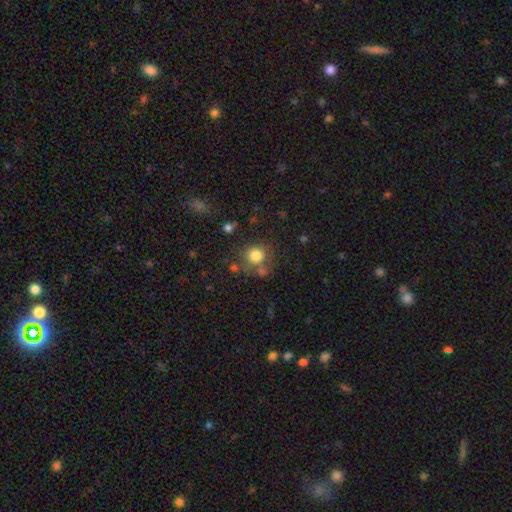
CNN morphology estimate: smooth 79%, star or artifact 12%, featured or disk 9%. Down the decision tree: how rounded — round (88%); merging — none (65%).